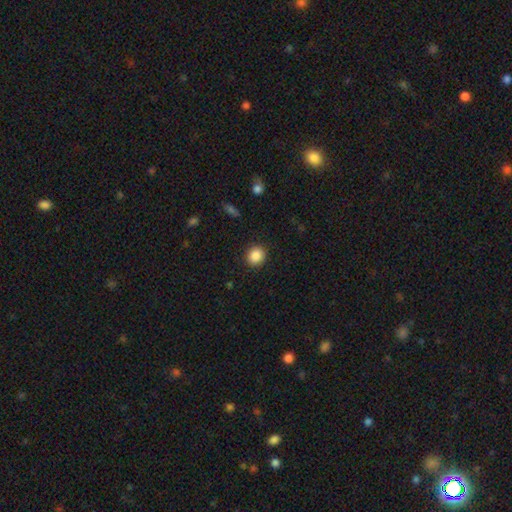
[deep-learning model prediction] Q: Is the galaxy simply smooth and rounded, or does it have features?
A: smooth — 88%.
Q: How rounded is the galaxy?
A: round — 81%.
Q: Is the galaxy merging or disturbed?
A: none — 90%.